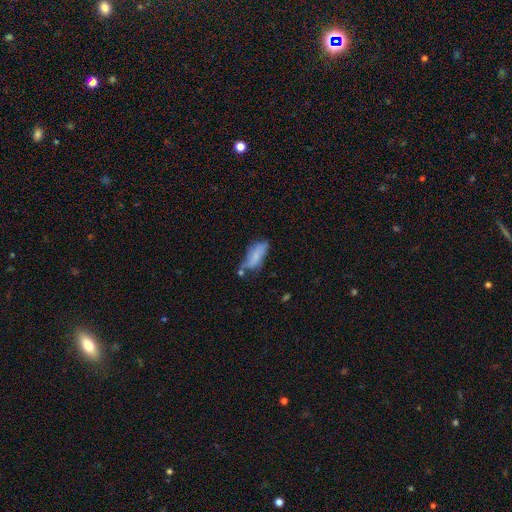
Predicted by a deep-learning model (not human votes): This is likely a smooth galaxy (67%). How rounded: likely in between (78%). Merging: marginally none (38%).